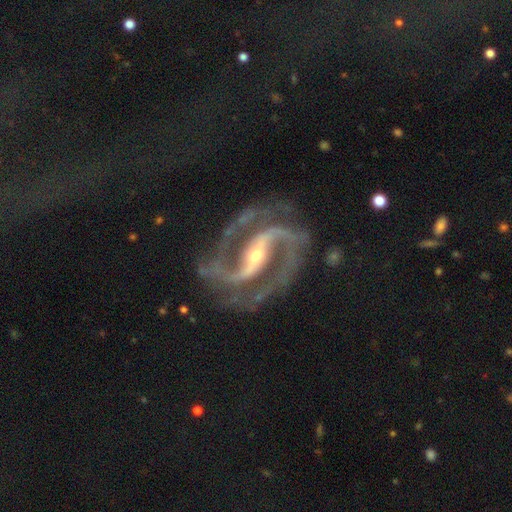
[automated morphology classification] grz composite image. It shows a featured or disk galaxy (94%) with a strong bar (71%), 2 (91%) medium (66%) spiral arms (99%) and a small central bulge (56%). Merging: none (78%).